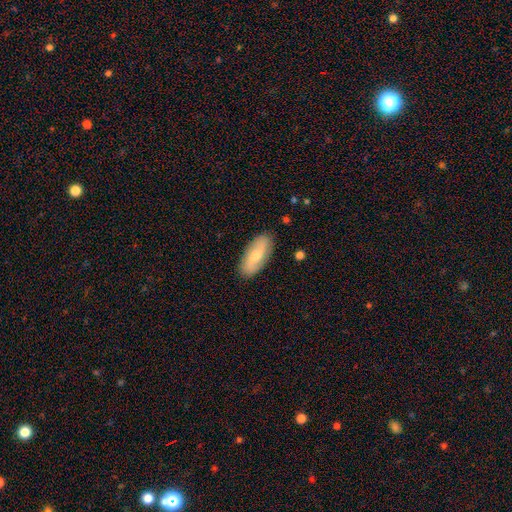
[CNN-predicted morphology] smooth_or_featured: smooth (p=0.56) [alt: featured or disk p=0.38]
how_rounded: in between (p=0.82) [alt: cigar-shaped p=0.15]
merging: none (p=0.87) [alt: minor disturbance p=0.10]